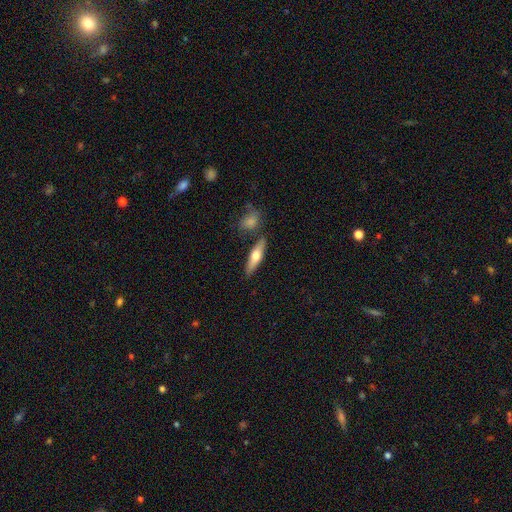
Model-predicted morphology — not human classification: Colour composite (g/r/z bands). It shows a smooth galaxy with no disk features (54%) that is cigar-shaped (67%). Merging: none (79%).